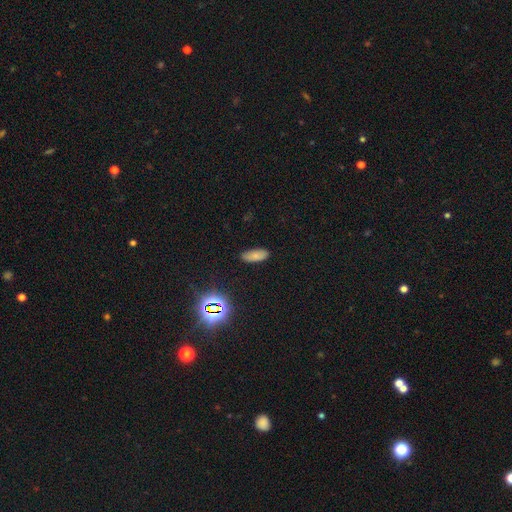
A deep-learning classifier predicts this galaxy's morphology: Smooth or featured?
  - smooth: 76% *
  - star or artifact: 14%
  - featured or disk: 10%
How rounded?
  - in between: 82% *
  - cigar-shaped: 16%
  - round: 3%
Merging?
  - none: 82% *
  - minor disturbance: 13%
  - major disturbance: 3%
  - merger: 1%